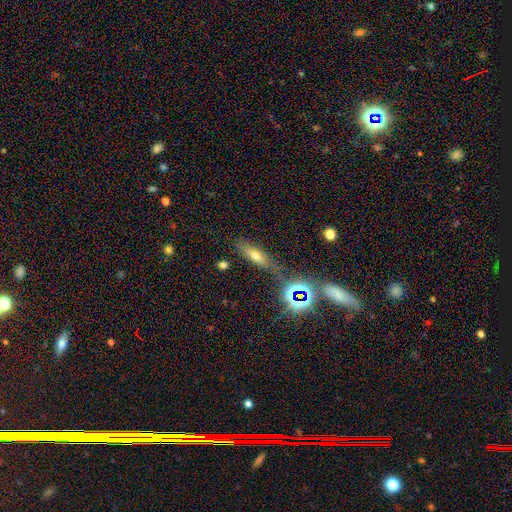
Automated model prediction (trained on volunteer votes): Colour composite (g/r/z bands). It shows a smooth galaxy with no disk features (50%). Merging: none (70%).